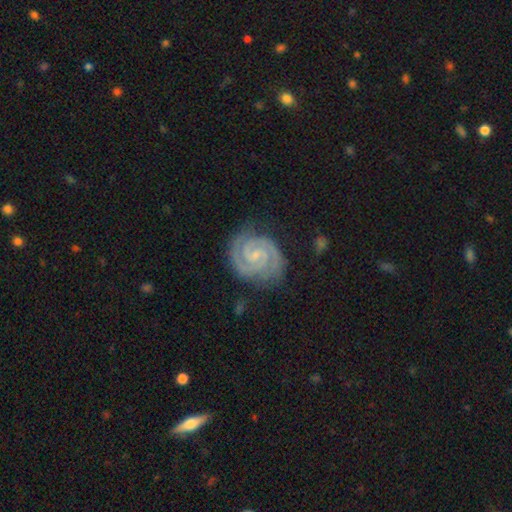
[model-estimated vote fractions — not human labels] A featured or disk galaxy (93%) with no bar (45%), 2 (88%) tight (77%) spiral arms (99%) and a small central bulge (70%). Merging: none (81%).